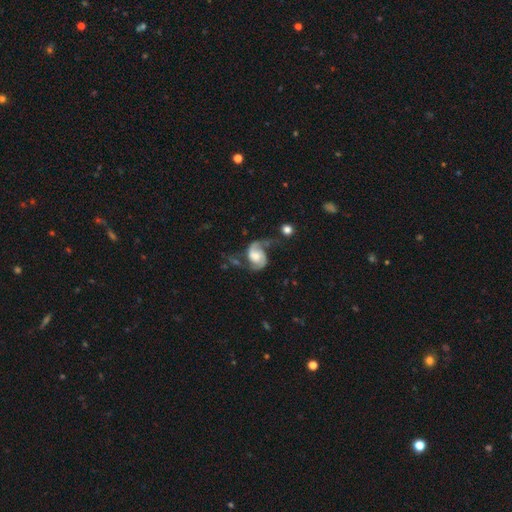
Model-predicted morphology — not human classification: smooth_or_featured: featured or disk (p=0.86) [alt: smooth p=0.09]
disk_edge_on: no (p=0.98) [alt: yes p=0.02]
bar: no (p=0.57) [alt: weak p=0.35]
has_spiral_arms: yes (p=0.96) [alt: no p=0.04]
spiral_winding: medium (p=0.47) [alt: loose p=0.36]
spiral_arm_count: 2 (p=0.89) [alt: 1 p=0.06]
bulge_size: moderate (p=0.41) [alt: large p=0.26]
merging: none (p=0.46) [alt: minor disturbance p=0.24]